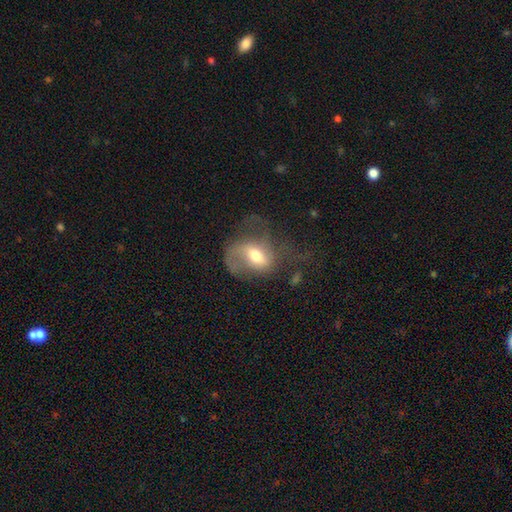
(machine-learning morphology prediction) This appears to be a featured or disk galaxy (56%) with a weak bar (43%), spiral arms (68%) and a moderate central bulge (69%). Merging: major disturbance (44%).